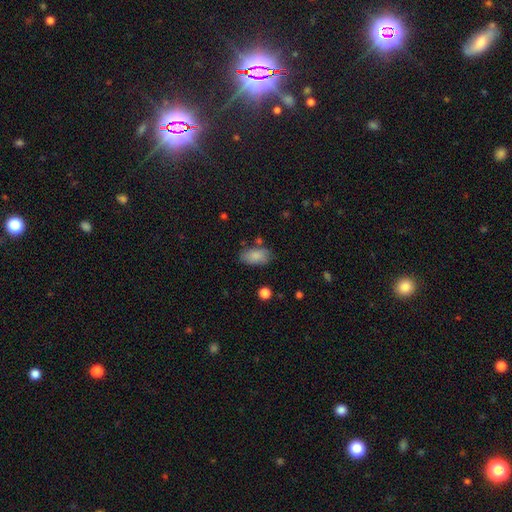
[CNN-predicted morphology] smooth_or_featured: smooth (p=0.85) [alt: featured or disk p=0.07]
how_rounded: in between (p=0.92) [alt: round p=0.04]
merging: none (p=0.74) [alt: minor disturbance p=0.17]